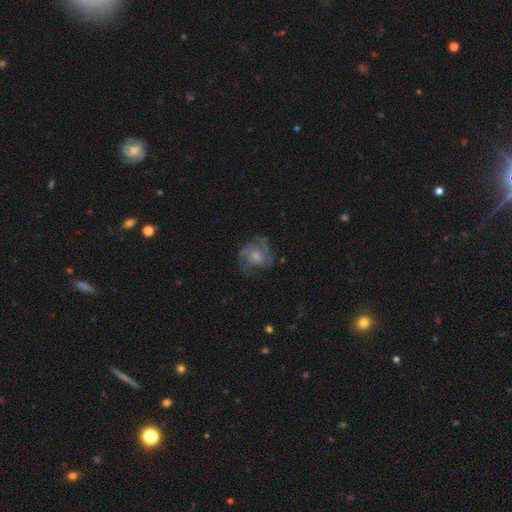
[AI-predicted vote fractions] Q: Smooth or featured?
A: featured or disk (53%); runner-up: smooth (37%)
Q: Edge-on disk?
A: no (98%); runner-up: yes (2%)
Q: Bar?
A: no (70%); runner-up: weak (26%)
Q: Spiral arms?
A: yes (65%); runner-up: no (35%)
Q: Bulge size?
A: small (38%); runner-up: moderate (34%)
Q: Merging?
A: none (48%); runner-up: major disturbance (26%)